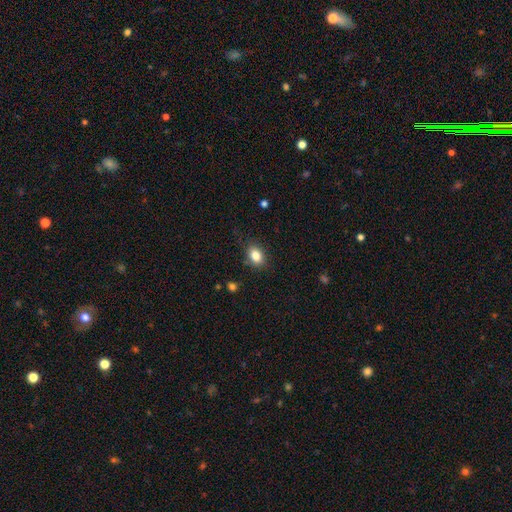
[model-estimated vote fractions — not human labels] Smooth or featured: smooth — 84% (star or artifact — 9%)
How rounded: in between — 72% (round — 27%)
Merging: none — 83% (minor disturbance — 13%)